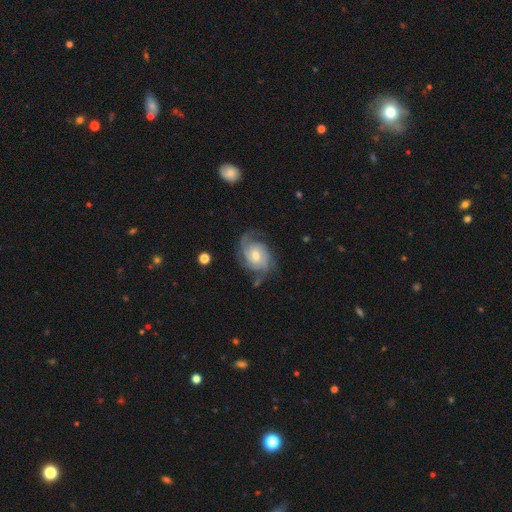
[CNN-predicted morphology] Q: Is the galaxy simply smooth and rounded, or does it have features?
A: featured or disk — 83%.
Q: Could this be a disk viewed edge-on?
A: no — 98%.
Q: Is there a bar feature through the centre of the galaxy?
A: no — 67%.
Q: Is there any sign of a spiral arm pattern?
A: yes — 95%.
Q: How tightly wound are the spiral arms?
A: medium — 44%.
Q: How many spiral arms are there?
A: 2 — 44%.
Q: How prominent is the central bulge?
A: moderate — 53%.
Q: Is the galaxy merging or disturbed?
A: none — 62%.